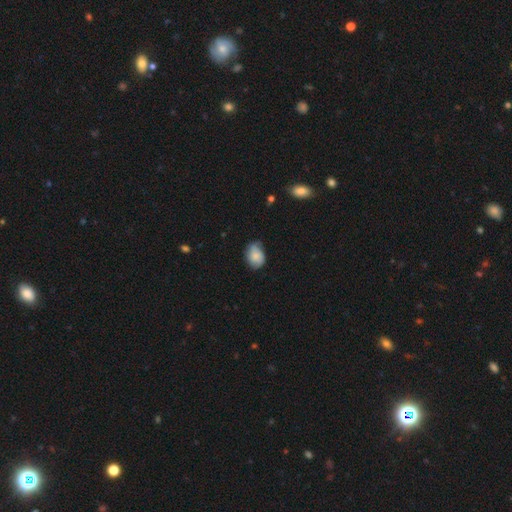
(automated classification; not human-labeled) A smooth galaxy with no disk features (76%) that is in between round and cigar-shaped (68%). Merging: none (54%).